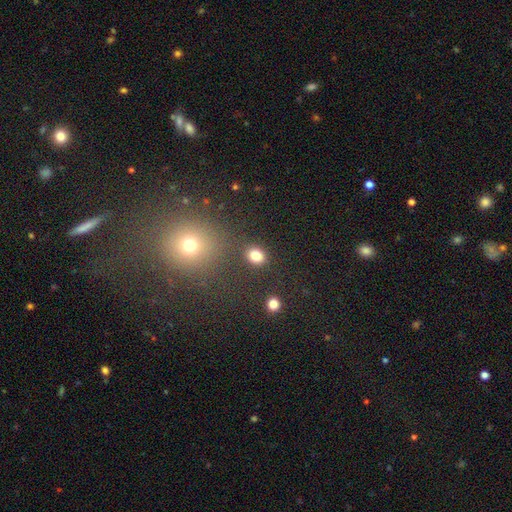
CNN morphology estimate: This appears to be a smooth galaxy with no disk features (82%) that is round (50%). Merging: none (82%).